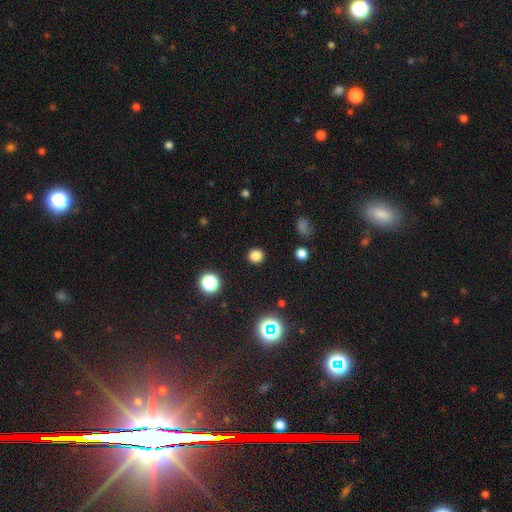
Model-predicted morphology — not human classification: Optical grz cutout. It shows a smooth galaxy with no disk features (81%) that is round (90%). Merging: none (91%).